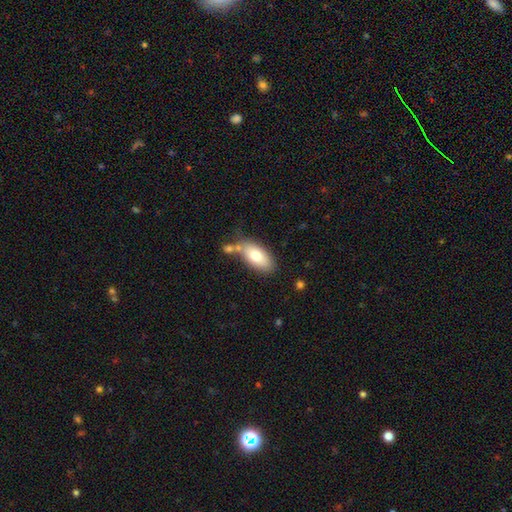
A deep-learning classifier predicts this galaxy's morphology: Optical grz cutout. It shows a smooth galaxy with no disk features (74%) that is in between round and cigar-shaped (90%). Merging: none (64%).